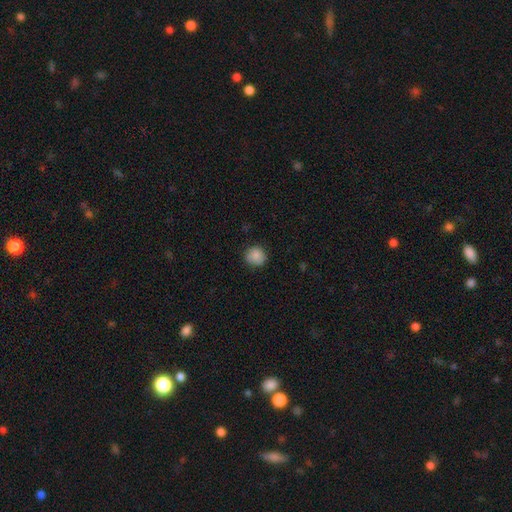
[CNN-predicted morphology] Smooth or featured?
  - smooth: 87% *
  - star or artifact: 8%
  - featured or disk: 5%
How rounded?
  - round: 88% *
  - in between: 11%
  - cigar-shaped: 1%
Merging?
  - none: 82% *
  - minor disturbance: 14%
  - major disturbance: 3%
  - merger: 1%